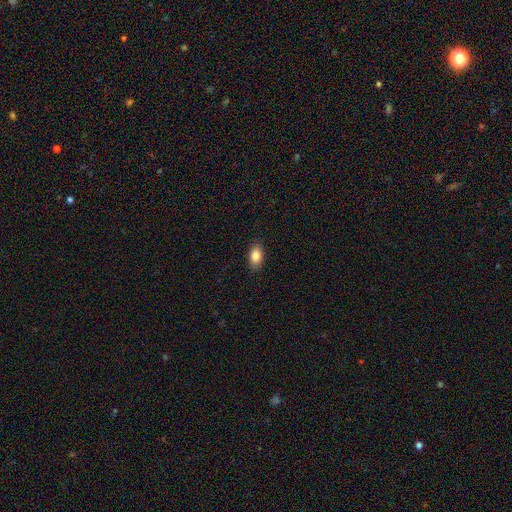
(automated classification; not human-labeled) Q: Smooth or featured?
A: smooth (85%); runner-up: featured or disk (8%)
Q: How rounded?
A: in between (91%); runner-up: round (6%)
Q: Merging?
A: none (89%); runner-up: minor disturbance (8%)